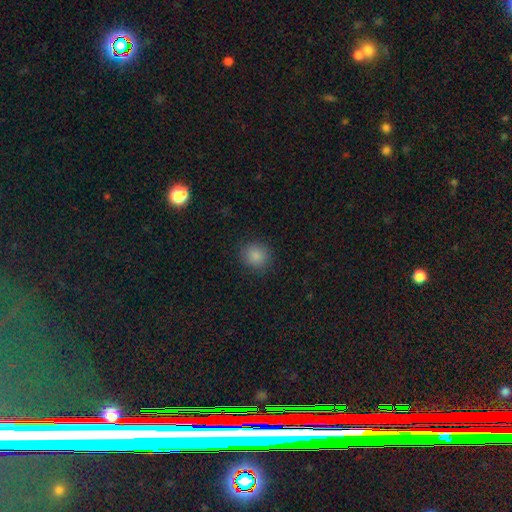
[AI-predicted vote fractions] Smooth or featured? smooth (85%)
How rounded? round (85%)
Merging? none (87%)